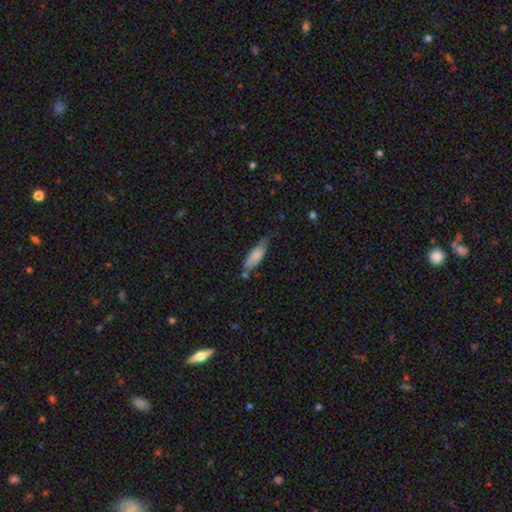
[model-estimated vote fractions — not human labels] Smooth or featured: smooth — 78% (featured or disk — 15%)
How rounded: in between — 54% (cigar-shaped — 44%)
Merging: none — 49% (minor disturbance — 36%)